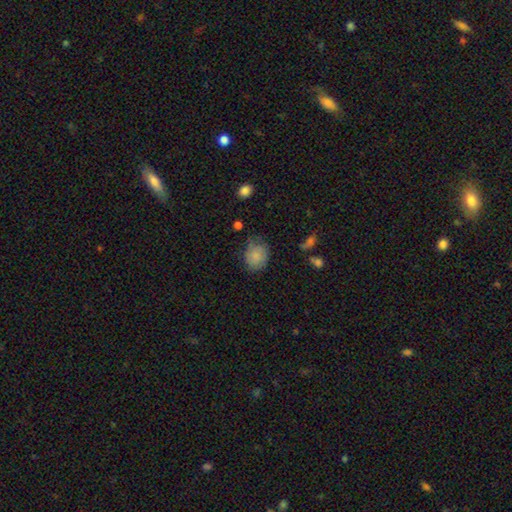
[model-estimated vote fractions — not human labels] smooth_or_featured: smooth (p=0.81) [alt: featured or disk p=0.11]
how_rounded: round (p=0.54) [alt: in between p=0.45]
merging: none (p=0.61) [alt: minor disturbance p=0.29]